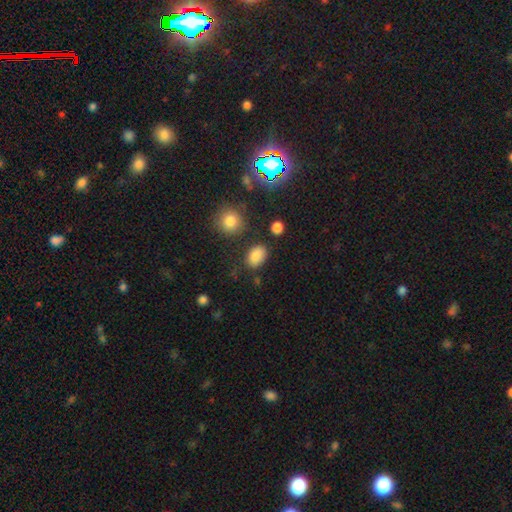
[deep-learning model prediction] Smooth or featured? Predicted: smooth (p=0.84). How rounded? Predicted: in between (p=0.80). Merging? Predicted: none (p=0.80).